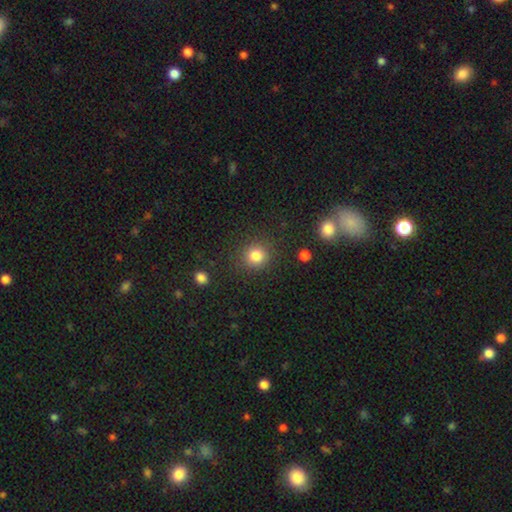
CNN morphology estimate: Smooth or featured? Predicted: smooth (p=0.83). How rounded? Predicted: round (p=0.89). Merging? Predicted: none (p=0.87).